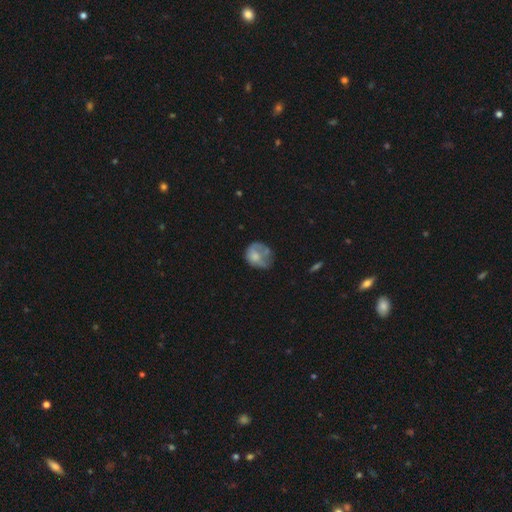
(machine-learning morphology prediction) type=smooth (56%); roundness=round (62%); merging=none (33%).